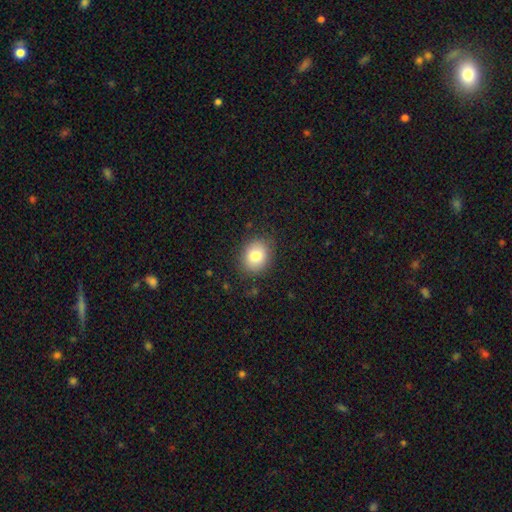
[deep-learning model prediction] Overall: smooth (80%). How rounded: round (57%; in between 42%). Merging: none (84%).